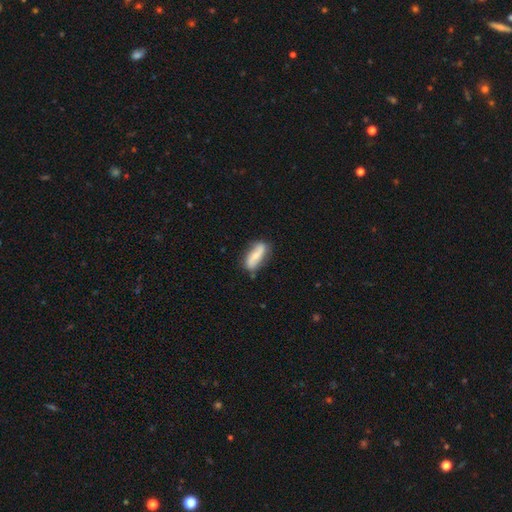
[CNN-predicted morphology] Smooth or featured?
  - smooth: 48% *
  - featured or disk: 46%
  - star or artifact: 6%
Merging?
  - none: 73% *
  - minor disturbance: 20%
  - major disturbance: 4%
  - merger: 3%